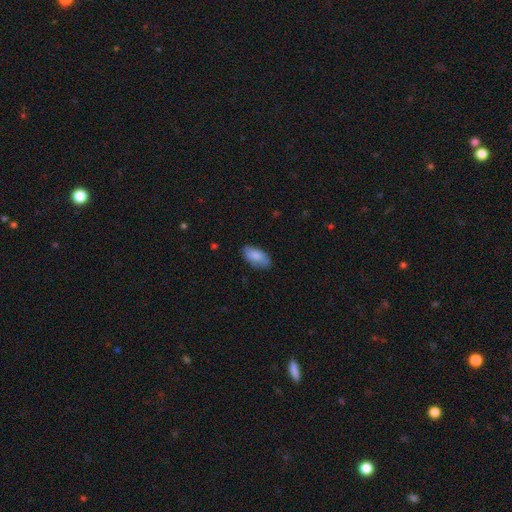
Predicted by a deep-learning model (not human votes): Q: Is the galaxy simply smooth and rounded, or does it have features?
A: smooth — 84%.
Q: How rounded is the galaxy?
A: in between — 93%.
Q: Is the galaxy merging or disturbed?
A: none — 78%.